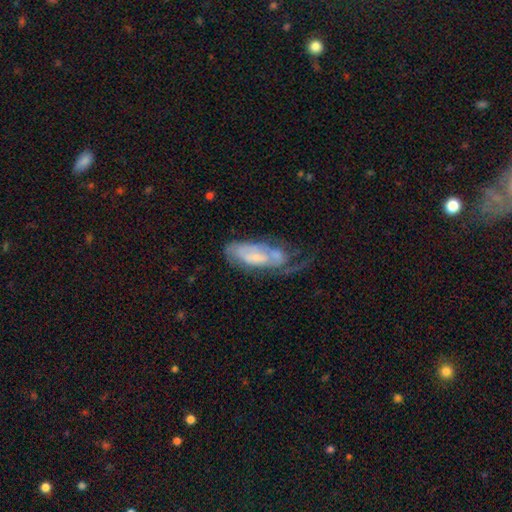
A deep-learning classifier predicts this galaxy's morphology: Smooth or featured? Predicted: featured or disk (p=0.62). Edge-on disk? Predicted: no (p=0.89). Bar? Predicted: no (p=0.58). Spiral arms? Predicted: yes (p=0.70). Bulge size? Predicted: small (p=0.49). Merging? Predicted: major disturbance (p=0.40).